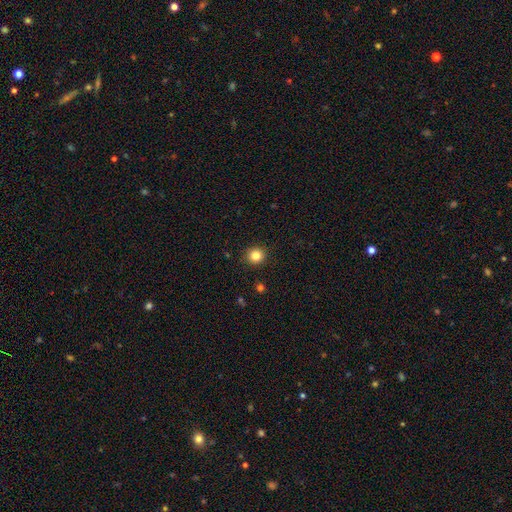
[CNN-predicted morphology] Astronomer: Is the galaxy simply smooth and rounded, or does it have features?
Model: smooth — 83%.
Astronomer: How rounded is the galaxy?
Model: round — 90%.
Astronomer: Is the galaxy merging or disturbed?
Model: none — 92%.